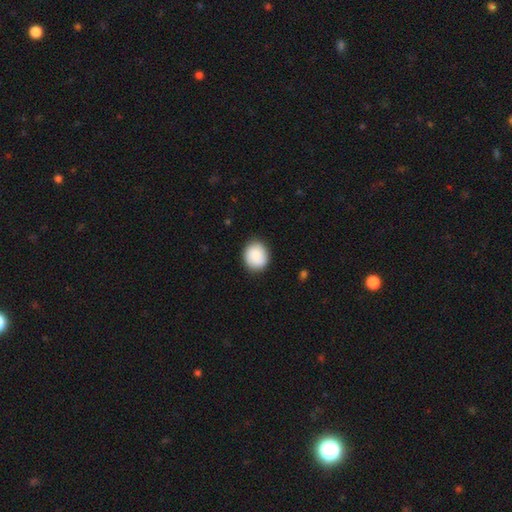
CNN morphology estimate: Q: Smooth or featured?
A: smooth (84%); runner-up: featured or disk (10%)
Q: How rounded?
A: round (72%); runner-up: in between (28%)
Q: Merging?
A: none (86%); runner-up: minor disturbance (11%)